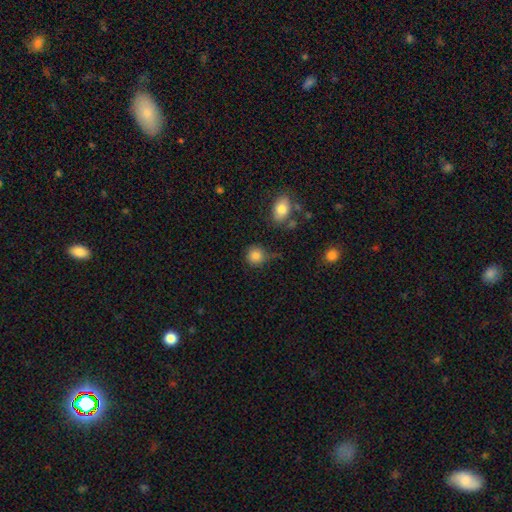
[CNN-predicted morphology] This appears to be a smooth galaxy with no disk features (84%) that is round (89%). Merging: none (71%).